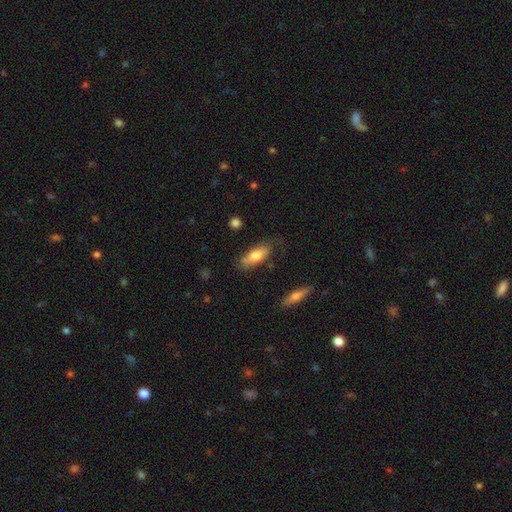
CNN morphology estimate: Smooth or featured: smooth — 70% (featured or disk — 23%)
How rounded: in between — 71% (cigar-shaped — 27%)
Merging: none — 65% (minor disturbance — 24%)